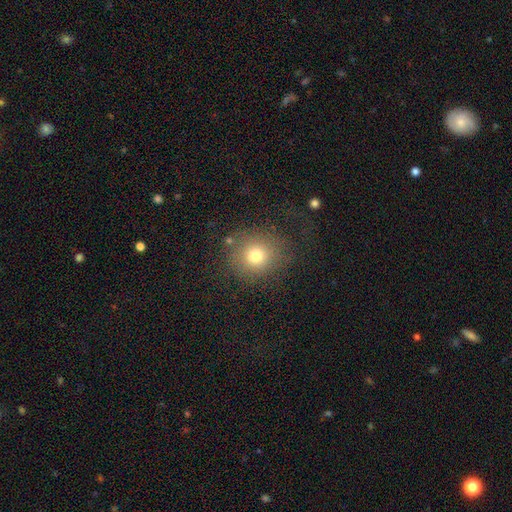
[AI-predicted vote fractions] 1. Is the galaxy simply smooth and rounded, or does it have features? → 75% smooth, 14% star or artifact, 11% featured or disk.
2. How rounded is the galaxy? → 83% round, 16% in between, 1% cigar-shaped.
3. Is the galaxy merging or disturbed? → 73% none, 14% minor disturbance, 10% major disturbance, 3% merger.